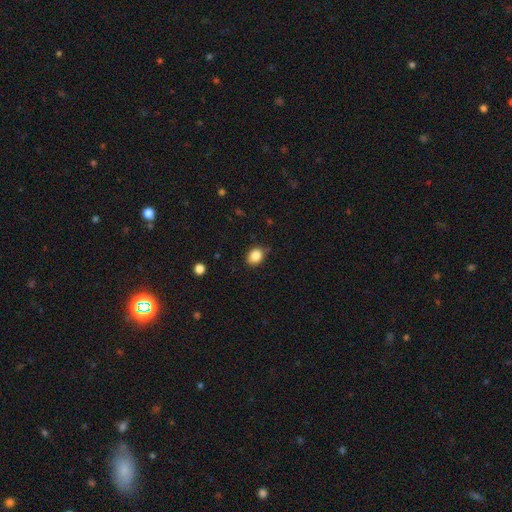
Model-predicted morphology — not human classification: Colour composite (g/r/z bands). It shows a smooth galaxy with no disk features (86%) that is round (50%). Merging: none (80%).